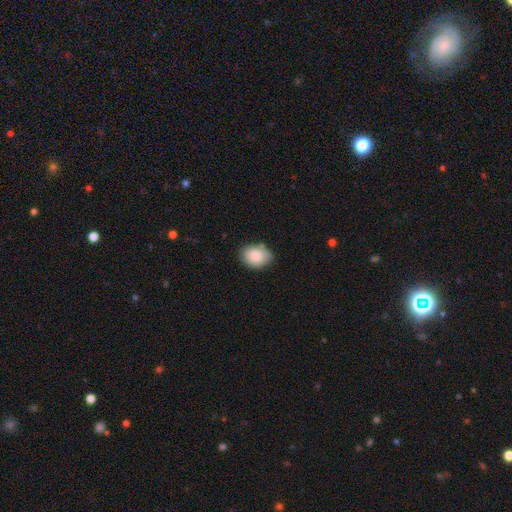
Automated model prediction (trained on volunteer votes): Overall: smooth (87%). How rounded: in between (71%). Merging: none (74%).